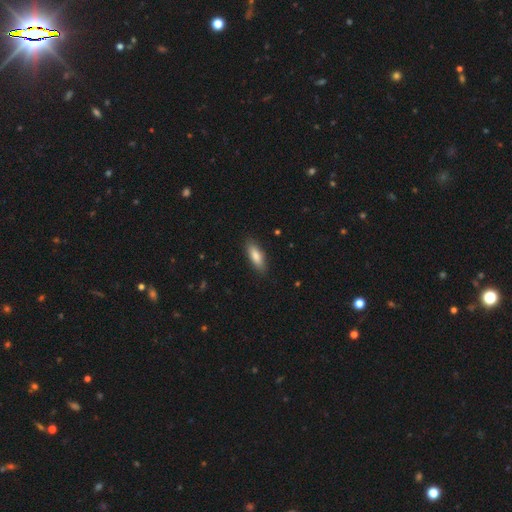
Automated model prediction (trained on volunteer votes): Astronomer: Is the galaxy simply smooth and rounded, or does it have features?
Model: smooth — 81%.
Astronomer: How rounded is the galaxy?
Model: in between — 61% (runner-up: cigar-shaped, 37%).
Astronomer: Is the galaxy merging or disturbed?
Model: none — 87%.